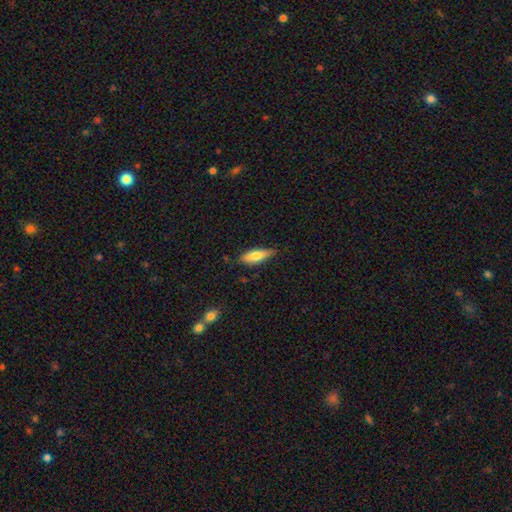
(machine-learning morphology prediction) type=smooth (74%); roundness=in between (53%); merging=none (73%).